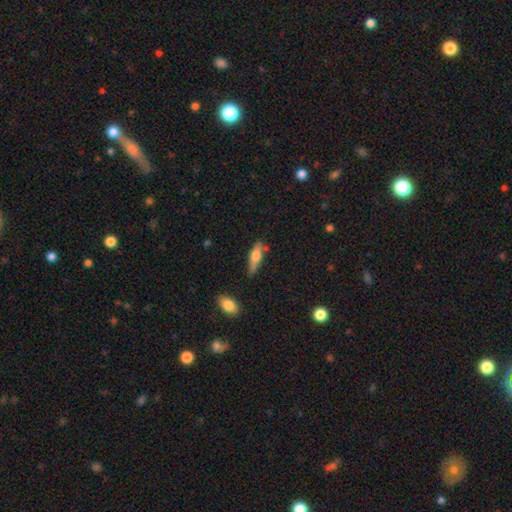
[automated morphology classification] A smooth galaxy with no disk features (58%) that is cigar-shaped (58%). Merging: none (67%).